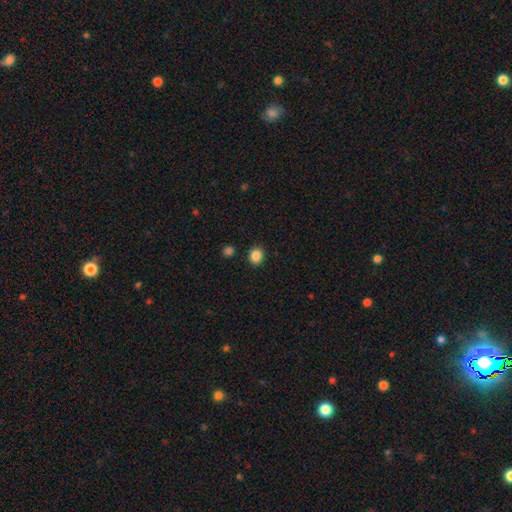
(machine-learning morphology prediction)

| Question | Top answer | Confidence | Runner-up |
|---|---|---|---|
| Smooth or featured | smooth | 87% | star or artifact (10%) |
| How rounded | round | 78% | in between (21%) |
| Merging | none | 89% | minor disturbance (6%) |